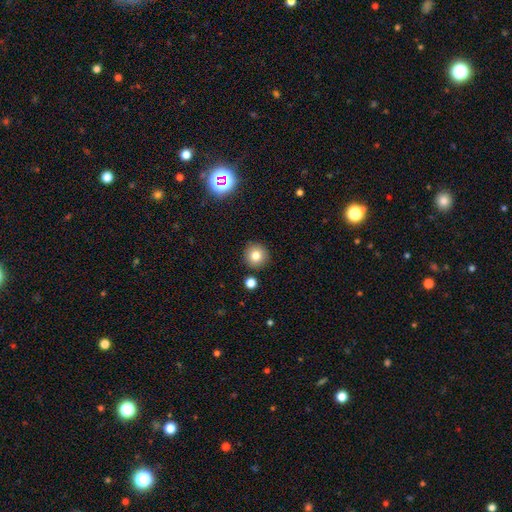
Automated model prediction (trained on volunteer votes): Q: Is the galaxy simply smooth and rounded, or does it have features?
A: smooth — 79%.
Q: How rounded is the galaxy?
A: round — 95%.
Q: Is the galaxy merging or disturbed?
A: none — 89%.